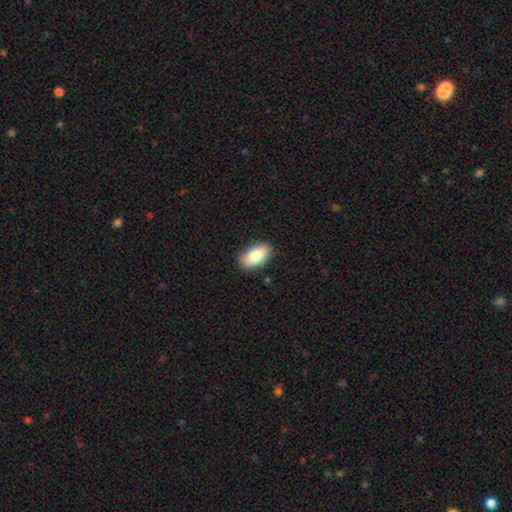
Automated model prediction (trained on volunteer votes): smooth_or_featured: smooth (p=0.83) [alt: featured or disk p=0.10]
how_rounded: in between (p=0.93) [alt: round p=0.04]
merging: none (p=0.87) [alt: minor disturbance p=0.10]